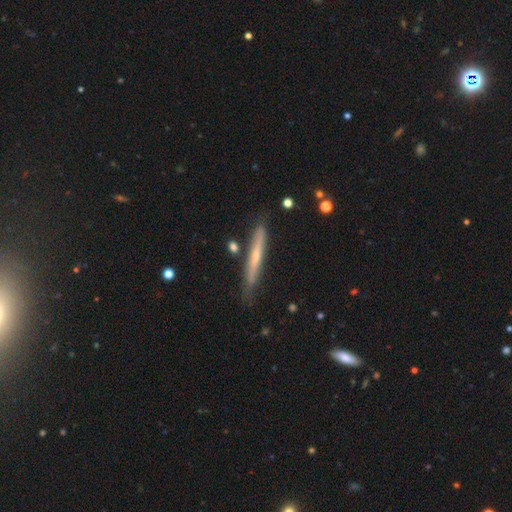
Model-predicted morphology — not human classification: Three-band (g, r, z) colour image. It shows a featured or disk galaxy (57%) viewed edge-on (93%) with a rounded central bulge (56%). Merging: none (80%).